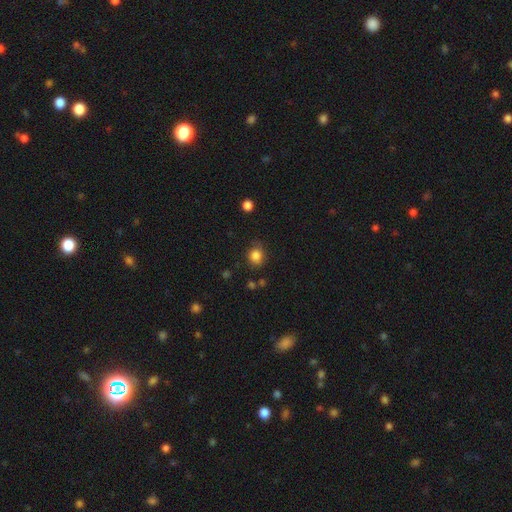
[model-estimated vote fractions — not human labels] smooth-or-featured: smooth: 84% | star or artifact: 11% | featured or disk: 5%
  how-rounded: round: 75% | in between: 24% | cigar-shaped: 1%
  merging: none: 76% | minor disturbance: 17% | major disturbance: 5% | merger: 3%